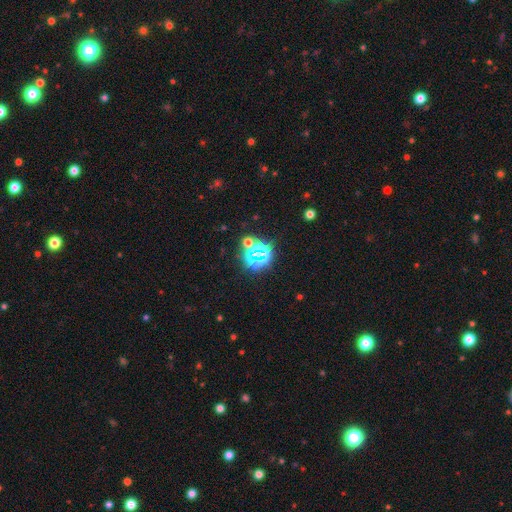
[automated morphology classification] Q: Smooth or featured?
A: star or artifact (71%); runner-up: smooth (19%)